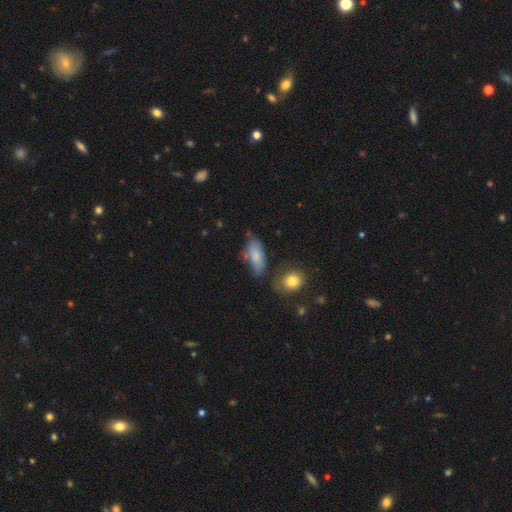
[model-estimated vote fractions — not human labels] Morphology: type=smooth (77%); roundness=in between (84%); merging=none (50%).